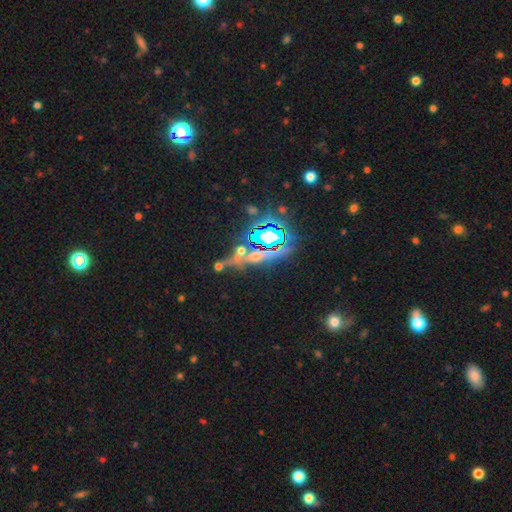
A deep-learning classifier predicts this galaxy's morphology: Smooth or featured? star or artifact (62%)